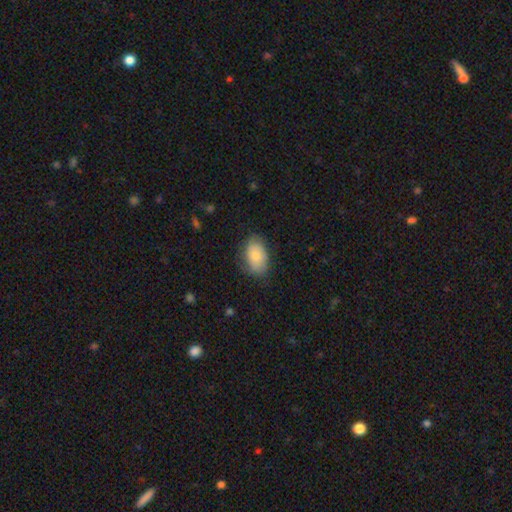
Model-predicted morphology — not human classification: smooth-or-featured: smooth: 78% | featured or disk: 15% | star or artifact: 6%
  how-rounded: in between: 90% | round: 9% | cigar-shaped: 1%
  merging: none: 76% | minor disturbance: 19% | major disturbance: 4% | merger: 1%